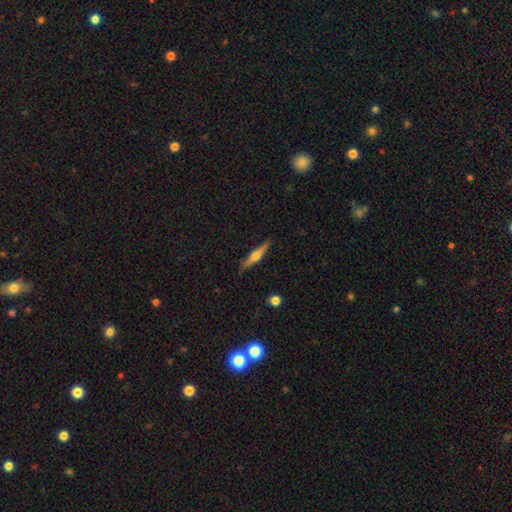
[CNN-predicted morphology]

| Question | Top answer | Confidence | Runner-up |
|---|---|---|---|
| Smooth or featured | featured or disk | 64% | smooth (30%) |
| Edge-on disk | yes | 97% | no (3%) |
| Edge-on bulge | rounded | 84% | boxy (11%) |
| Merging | none | 86% | minor disturbance (11%) |